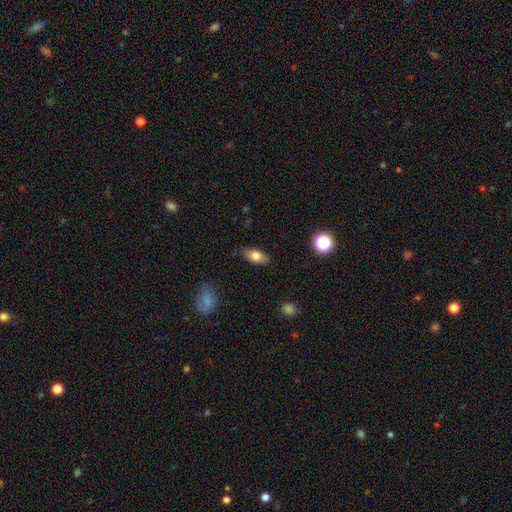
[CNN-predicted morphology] The model was most divided on "smooth or featured": smooth: 73%, featured or disk: 19%, star or artifact: 8%. More confident: how rounded — in between (86%); merging — none (86%).